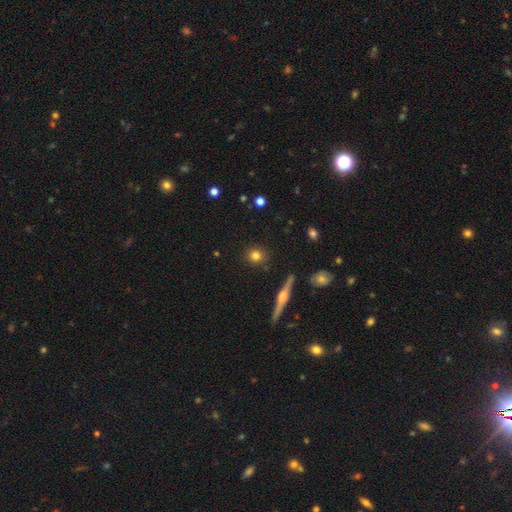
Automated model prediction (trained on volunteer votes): A smooth galaxy with no disk features (78%) that is round (89%). Merging: none (90%).